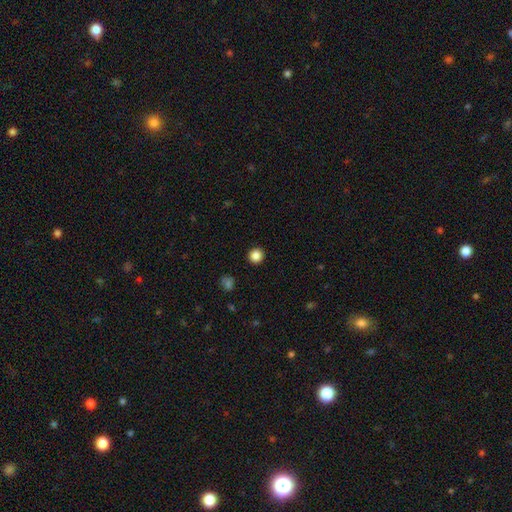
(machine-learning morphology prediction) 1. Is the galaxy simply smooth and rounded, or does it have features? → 85% smooth, 11% star or artifact, 4% featured or disk.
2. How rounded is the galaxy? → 93% round, 6% in between, 1% cigar-shaped.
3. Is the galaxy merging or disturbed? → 93% none, 4% minor disturbance, 2% major disturbance, 1% merger.